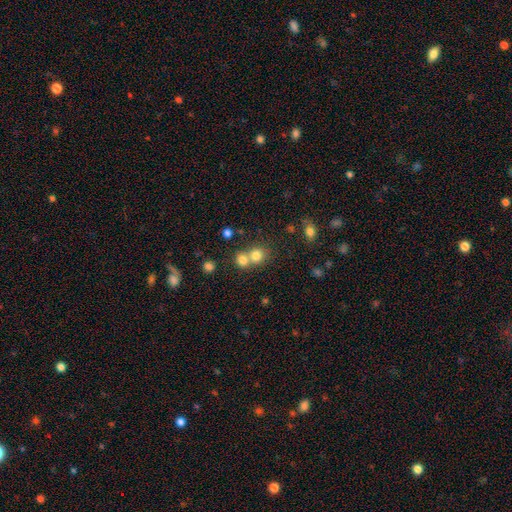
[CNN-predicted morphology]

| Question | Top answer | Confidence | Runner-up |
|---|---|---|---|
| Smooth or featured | smooth | 77% | star or artifact (13%) |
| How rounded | round | 81% | in between (18%) |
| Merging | merger | 52% | none (40%) |